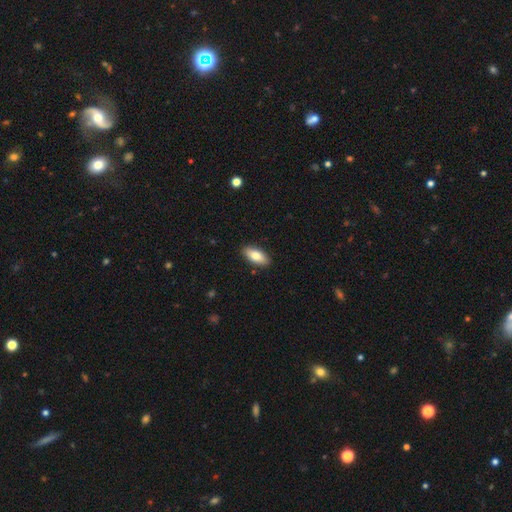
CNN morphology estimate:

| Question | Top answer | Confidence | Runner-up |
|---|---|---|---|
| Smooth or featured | smooth | 79% | featured or disk (15%) |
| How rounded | in between | 84% | cigar-shaped (13%) |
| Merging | none | 89% | minor disturbance (8%) |